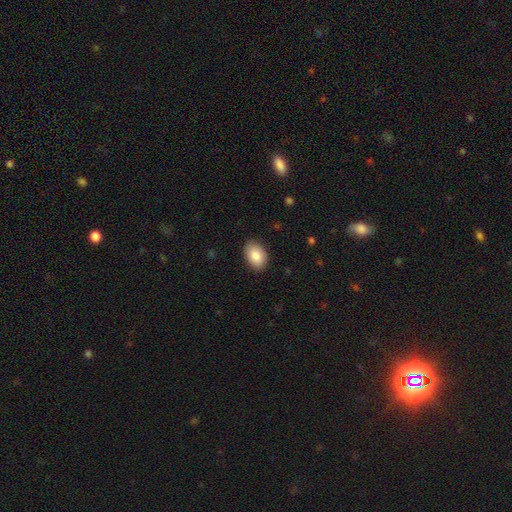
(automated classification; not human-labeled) A smooth galaxy with no disk features (87%) that is in between round and cigar-shaped (84%).

Vote fractions:
- Smooth or featured? smooth: 87% / star or artifact: 7% / featured or disk: 7%
- How rounded? in between: 84% / round: 15% / cigar-shaped: 1%
- Merging? none: 88% / minor disturbance: 9% / major disturbance: 2% / merger: 1%